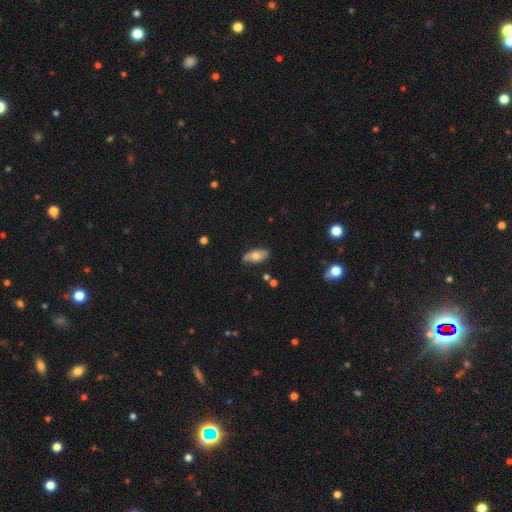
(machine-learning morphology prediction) A smooth galaxy with no disk features (61%) that is in between round and cigar-shaped (85%). Merging: none (71%).